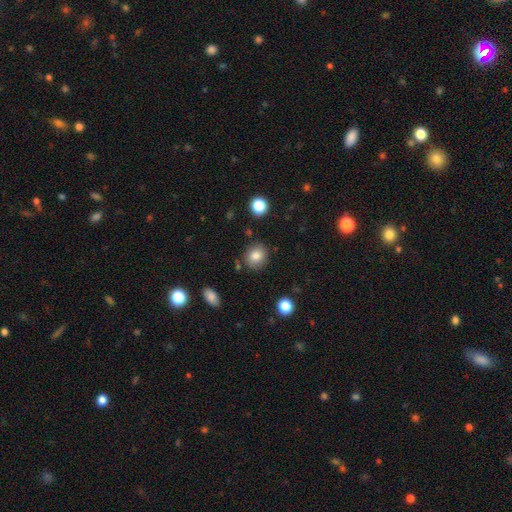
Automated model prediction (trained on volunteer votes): Smooth or featured? smooth (83%)
How rounded? round (74%)
Merging? none (83%)